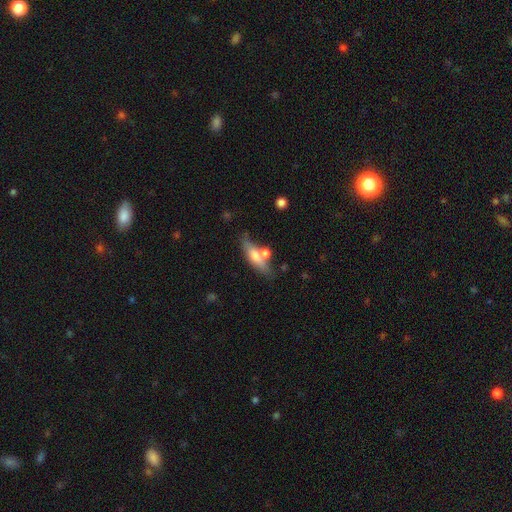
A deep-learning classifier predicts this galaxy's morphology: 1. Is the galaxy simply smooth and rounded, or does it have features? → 54% smooth, 39% featured or disk, 7% star or artifact.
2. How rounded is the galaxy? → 56% cigar-shaped, 39% in between, 4% round.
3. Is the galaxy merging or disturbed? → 57% none, 23% merger, 15% minor disturbance, 6% major disturbance.